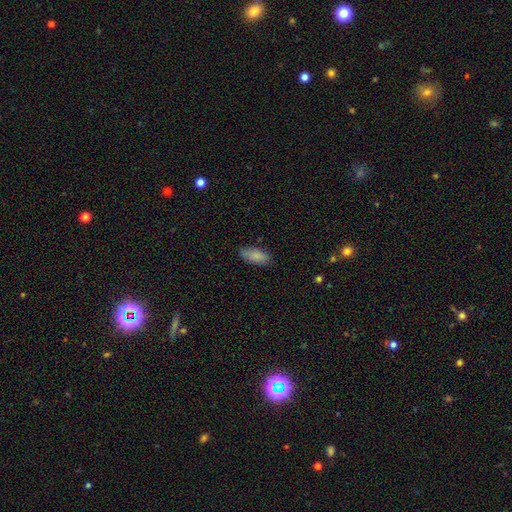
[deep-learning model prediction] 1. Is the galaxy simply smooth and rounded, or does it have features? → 86% smooth, 7% featured or disk, 7% star or artifact.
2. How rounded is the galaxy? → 87% in between, 10% cigar-shaped, 2% round.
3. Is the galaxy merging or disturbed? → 82% none, 14% minor disturbance, 3% major disturbance, 1% merger.